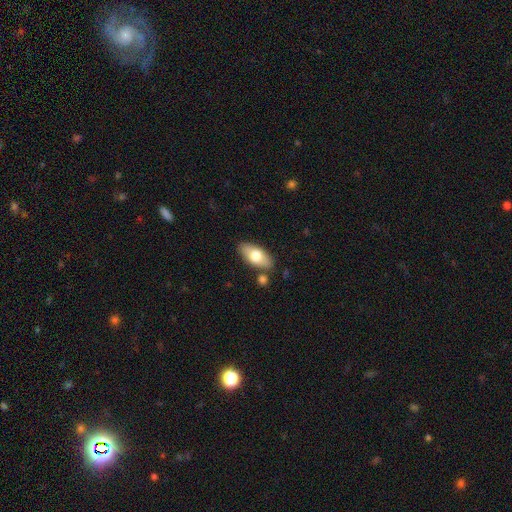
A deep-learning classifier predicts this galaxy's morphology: Smooth or featured? Predicted: smooth (p=0.70). How rounded? Predicted: in between (p=0.89). Merging? Predicted: none (p=0.81).